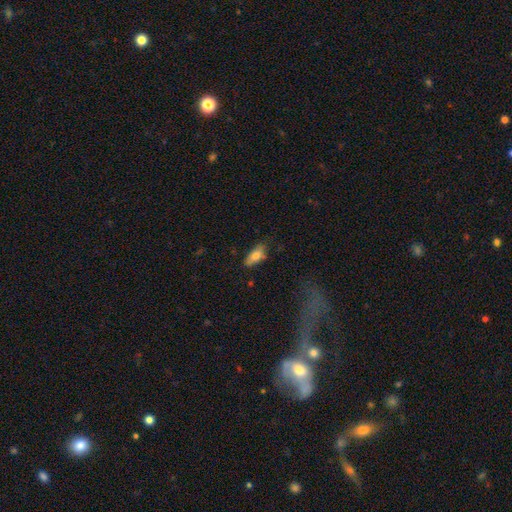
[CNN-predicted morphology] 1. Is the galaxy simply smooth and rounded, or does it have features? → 71% smooth, 22% featured or disk, 7% star or artifact.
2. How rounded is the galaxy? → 80% in between, 17% cigar-shaped, 3% round.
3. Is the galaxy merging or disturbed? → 69% none, 22% minor disturbance, 5% major disturbance, 3% merger.